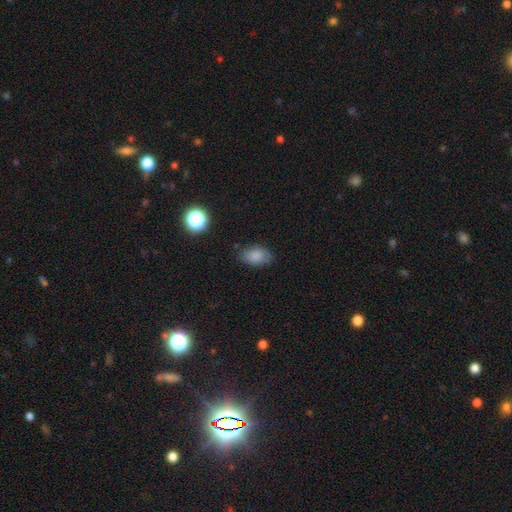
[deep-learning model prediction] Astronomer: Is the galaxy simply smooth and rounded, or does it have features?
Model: smooth — 83%.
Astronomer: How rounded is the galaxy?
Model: in between — 88%.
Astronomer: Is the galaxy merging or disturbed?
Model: none — 77%.